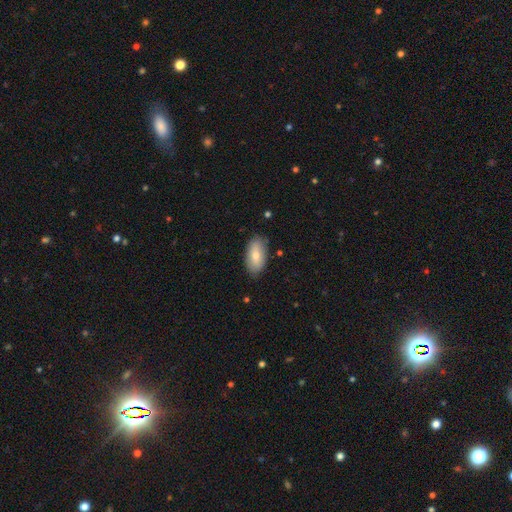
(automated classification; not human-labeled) This appears to be a smooth galaxy with no disk features (75%) that is in between round and cigar-shaped (92%). Merging: none (82%).